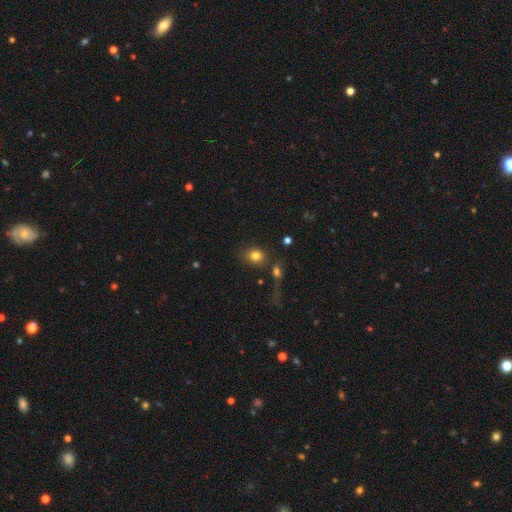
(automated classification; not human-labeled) Smooth or featured?
  - smooth: 80% *
  - star or artifact: 11%
  - featured or disk: 9%
How rounded?
  - round: 54% *
  - in between: 45%
  - cigar-shaped: 1%
Merging?
  - none: 68% *
  - merger: 12%
  - minor disturbance: 12%
  - major disturbance: 8%